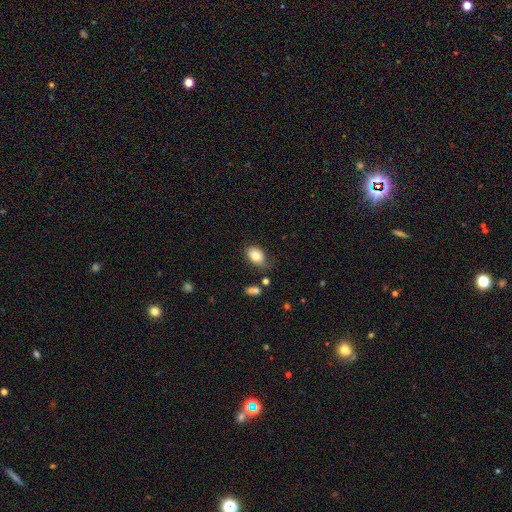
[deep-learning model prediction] smooth-or-featured: smooth: 80% | featured or disk: 12% | star or artifact: 8%
  how-rounded: in between: 83% | round: 16% | cigar-shaped: 1%
  merging: none: 56% | minor disturbance: 29% | major disturbance: 11% | merger: 4%